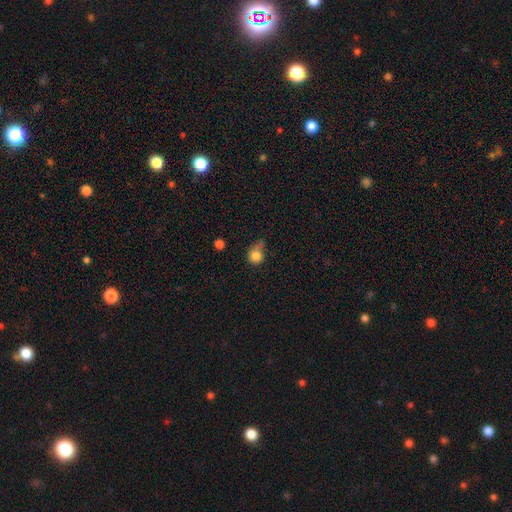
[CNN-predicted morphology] This appears to be a smooth galaxy with no disk features (81%) that is round (78%). Merging: none (38%).